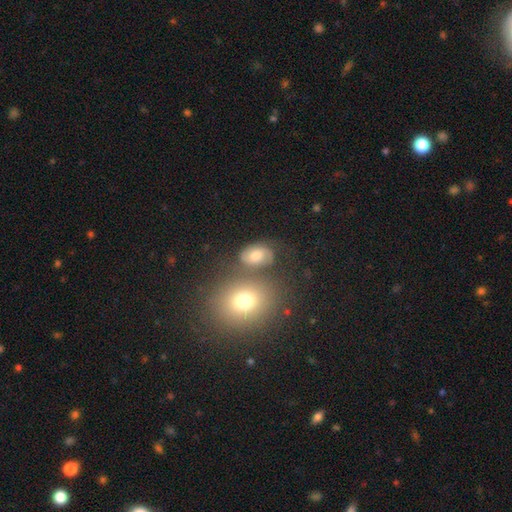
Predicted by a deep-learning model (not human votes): Smooth or featured? Predicted: smooth (p=0.52). How rounded? Predicted: in between (p=0.67). Merging? Predicted: none (p=0.62).